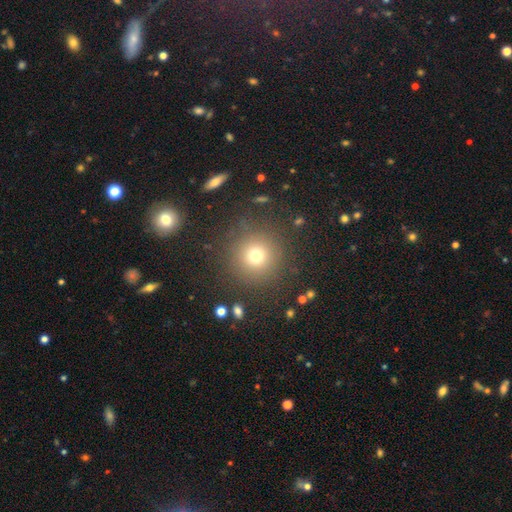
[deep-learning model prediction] Smooth or featured: smooth — 73% (star or artifact — 18%)
How rounded: round — 95% (in between — 4%)
Merging: none — 87% (minor disturbance — 7%)